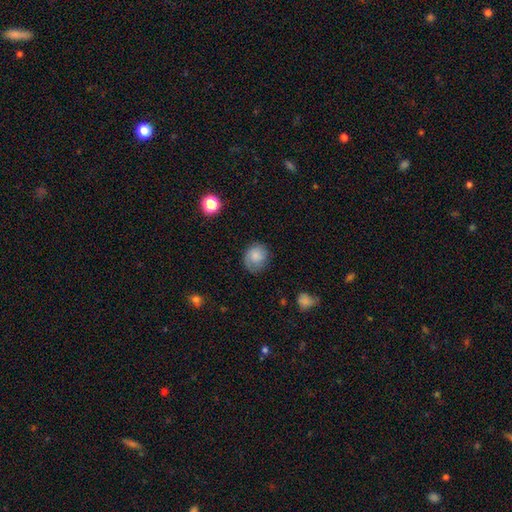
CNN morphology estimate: Overall: smooth (75%). How rounded: round (72%). Merging: none (70%).